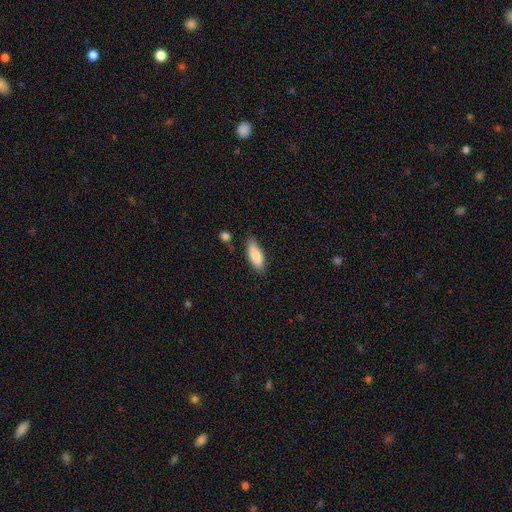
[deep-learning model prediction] A smooth galaxy with no disk features (83%) that is in between round and cigar-shaped (71%).

Vote fractions:
- Smooth or featured? smooth: 83% / featured or disk: 10% / star or artifact: 6%
- How rounded? in between: 71% / cigar-shaped: 27% / round: 2%
- Merging? none: 75% / minor disturbance: 18% / major disturbance: 3% / merger: 3%